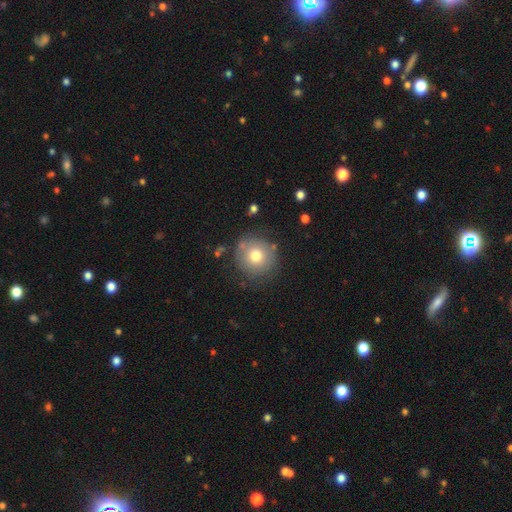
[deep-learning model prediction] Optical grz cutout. It shows a smooth galaxy with no disk features (72%) that is round (94%). Merging: none (79%).